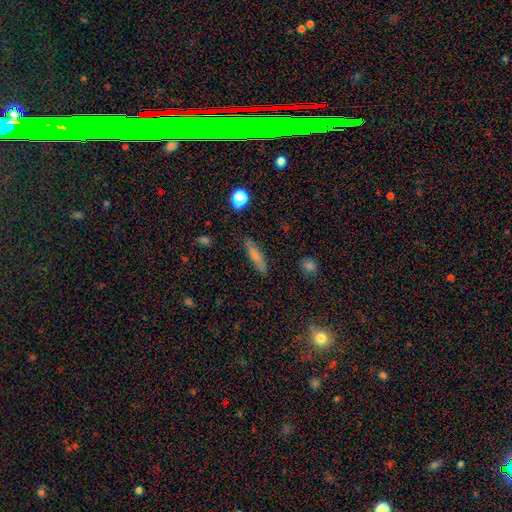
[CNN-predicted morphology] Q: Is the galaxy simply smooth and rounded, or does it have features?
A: smooth — 75%.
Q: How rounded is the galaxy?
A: cigar-shaped — 78%.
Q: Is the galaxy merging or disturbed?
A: none — 82%.